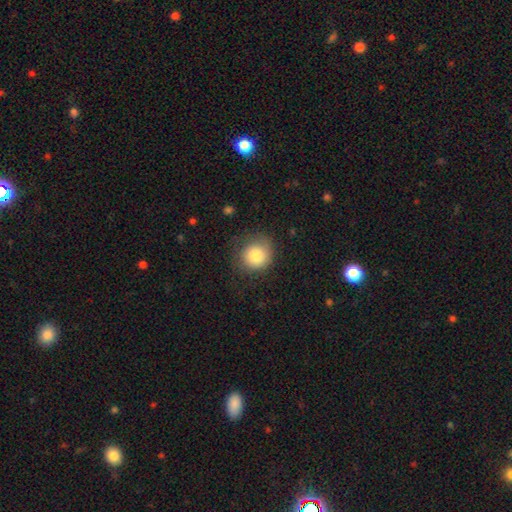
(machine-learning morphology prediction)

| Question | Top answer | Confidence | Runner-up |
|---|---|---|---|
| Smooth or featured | smooth | 81% | featured or disk (11%) |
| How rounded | round | 87% | in between (12%) |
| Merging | none | 70% | minor disturbance (20%) |